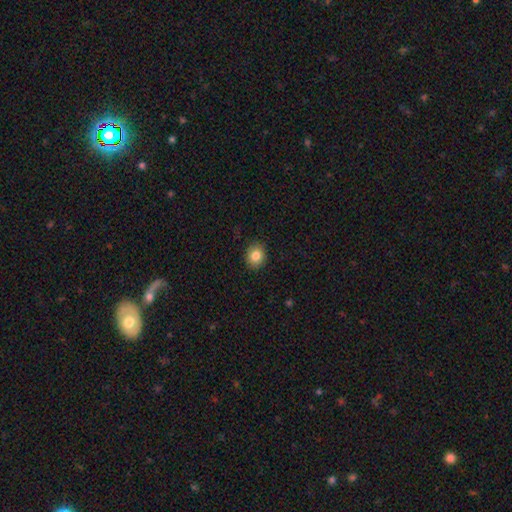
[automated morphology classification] Smooth or featured? Predicted: smooth (p=0.84). How rounded? Predicted: round (p=0.73). Merging? Predicted: none (p=0.89).